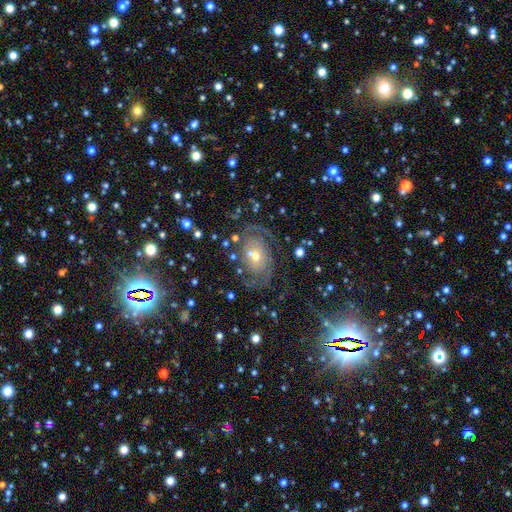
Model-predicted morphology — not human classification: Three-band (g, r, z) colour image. It shows a featured or disk galaxy (80%) with no bar (64%), 2 (34%) tight (60%) spiral arms (93%) and a moderate central bulge (56%). Merging: none (71%).